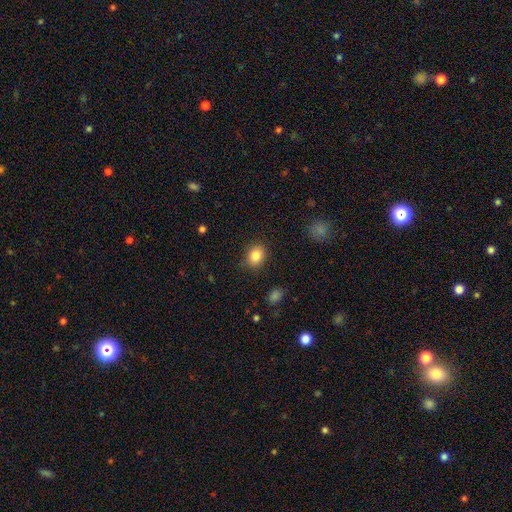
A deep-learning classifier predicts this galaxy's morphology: A smooth galaxy with no disk features (84%) that is round (58%). Merging: none (86%).